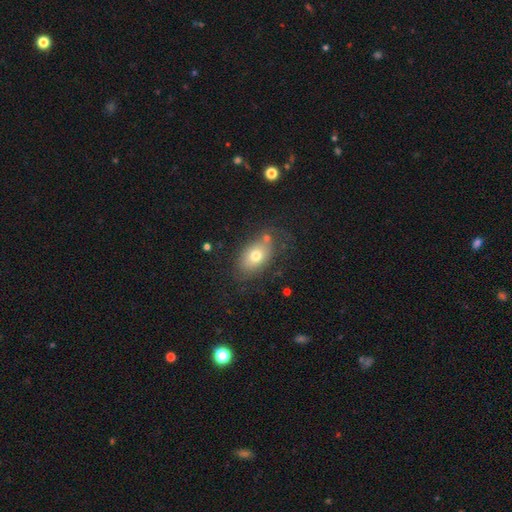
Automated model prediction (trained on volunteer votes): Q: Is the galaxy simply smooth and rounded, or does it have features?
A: smooth — 70%.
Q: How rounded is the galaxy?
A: in between — 84%.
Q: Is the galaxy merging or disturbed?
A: none — 65%.